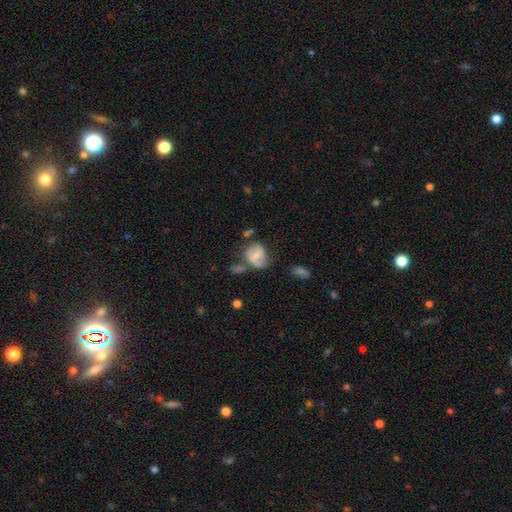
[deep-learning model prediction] smooth_or_featured: featured or disk (p=0.48) [alt: smooth p=0.44]
merging: none (p=0.40) [alt: minor disturbance p=0.24]